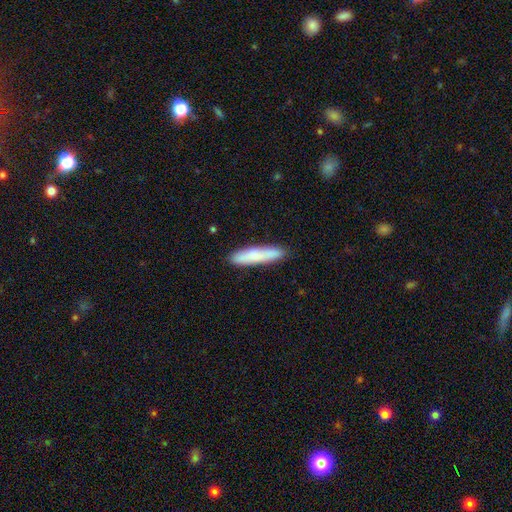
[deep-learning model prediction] Smooth or featured?
  - smooth: 79% *
  - featured or disk: 16%
  - star or artifact: 6%
How rounded?
  - cigar-shaped: 84% *
  - in between: 14%
  - round: 1%
Merging?
  - none: 87% *
  - minor disturbance: 10%
  - major disturbance: 2%
  - merger: 1%